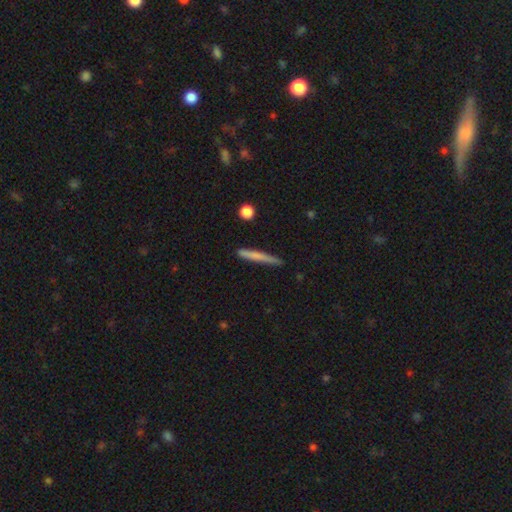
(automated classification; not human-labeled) This appears to be a smooth galaxy with no disk features (69%) that is cigar-shaped (95%). Merging: none (80%).